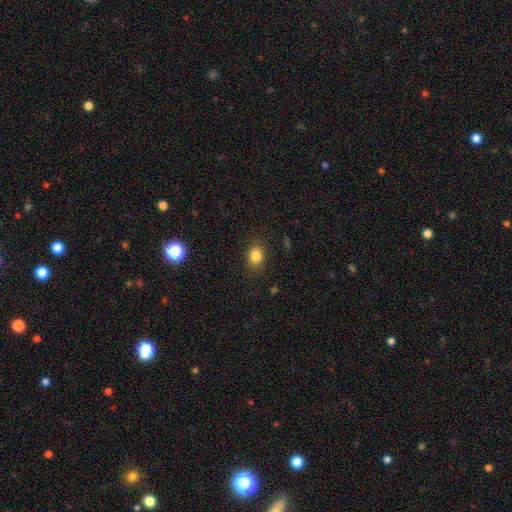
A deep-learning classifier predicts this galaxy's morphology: smooth_or_featured: smooth (p=0.83) [alt: star or artifact p=0.11]
how_rounded: in between (p=0.61) [alt: round p=0.38]
merging: none (p=0.85) [alt: minor disturbance p=0.11]